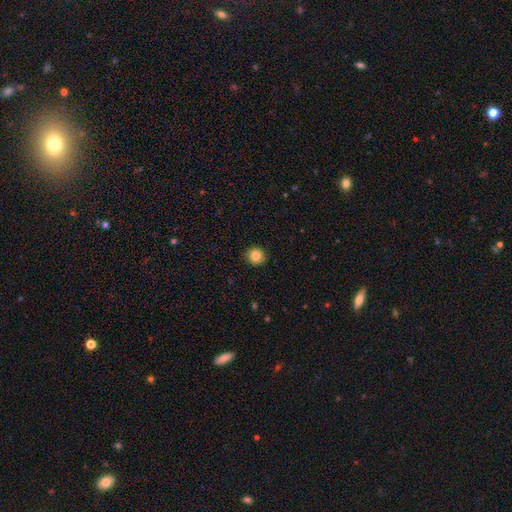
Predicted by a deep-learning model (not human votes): Smooth or featured? Predicted: smooth (p=0.84). How rounded? Predicted: round (p=0.92). Merging? Predicted: none (p=0.91).